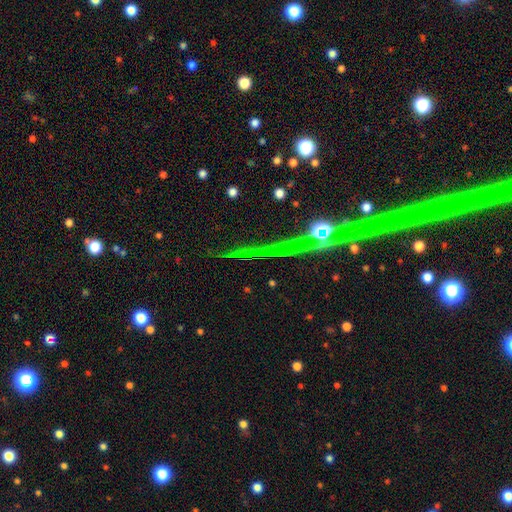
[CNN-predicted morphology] A star or artifact, not a galaxy (69%).

Vote fractions:
- Smooth or featured? star or artifact: 69% / featured or disk: 20% / smooth: 10%